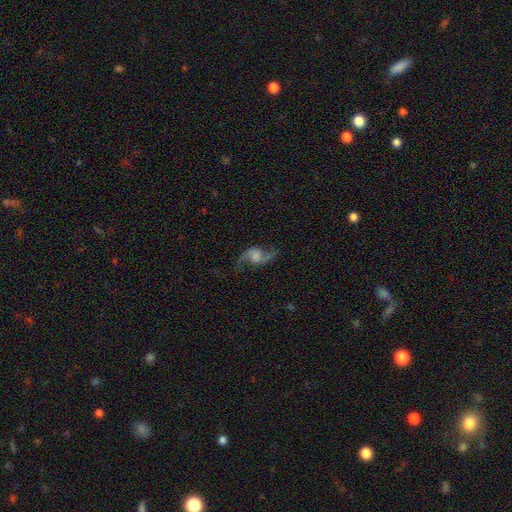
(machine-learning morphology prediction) A featured or disk galaxy (85%) with no bar (52%), 2 (93%) loose (81%) spiral arms (96%) and no central bulge (31%). Merging: none (76%).